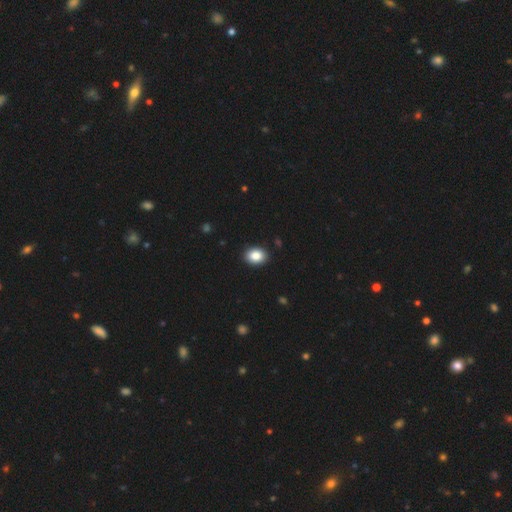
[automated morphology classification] The model was most divided on "how rounded": in between: 70%, round: 29%, cigar-shaped: 1%. More confident: merging — none (91%); smooth or featured — smooth (86%).